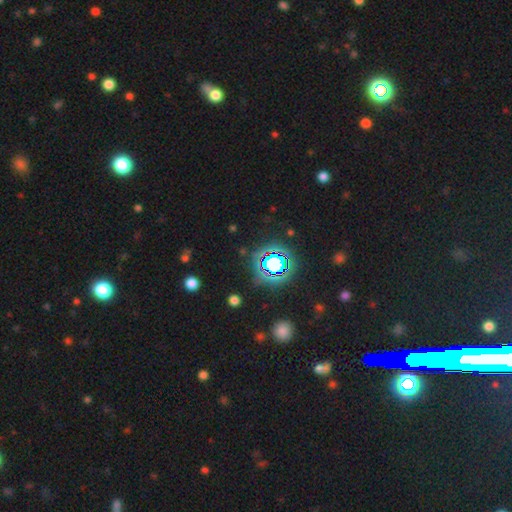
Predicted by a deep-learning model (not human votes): This appears to be a star or artifact, not a galaxy (78%).